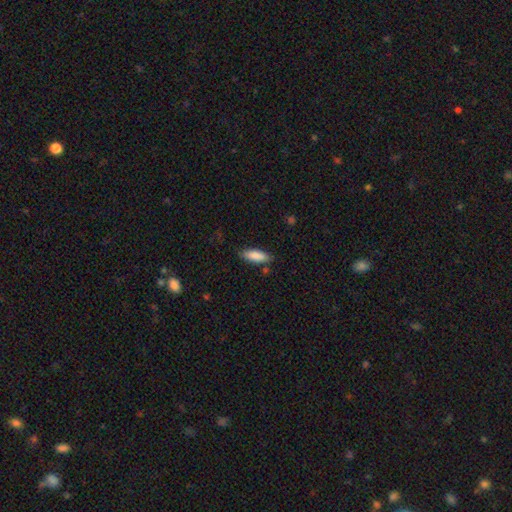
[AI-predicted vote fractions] smooth_or_featured: smooth (p=0.87) [alt: featured or disk p=0.07]
how_rounded: in between (p=0.66) [alt: cigar-shaped p=0.33]
merging: none (p=0.80) [alt: minor disturbance p=0.14]